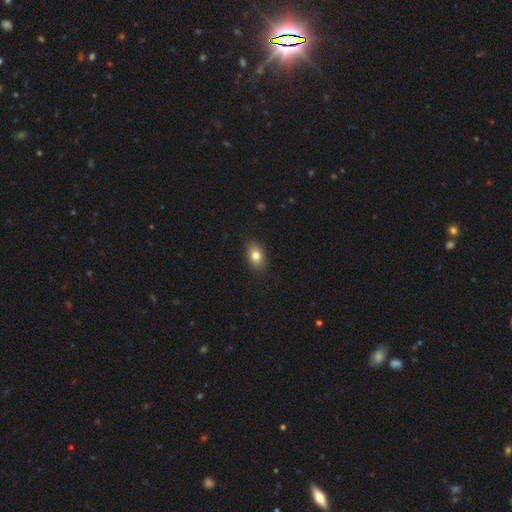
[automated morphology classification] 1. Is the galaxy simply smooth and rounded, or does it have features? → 81% smooth, 10% featured or disk, 9% star or artifact.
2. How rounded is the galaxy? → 83% in between, 15% round, 2% cigar-shaped.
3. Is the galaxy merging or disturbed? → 87% none, 9% minor disturbance, 2% major disturbance, 1% merger.